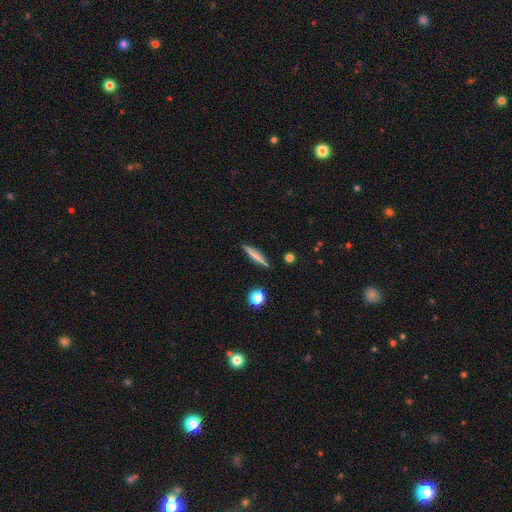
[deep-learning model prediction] The model was most divided on "smooth or featured": smooth: 70%, featured or disk: 23%, star or artifact: 7%. More confident: how rounded — cigar-shaped (92%); merging — none (89%).